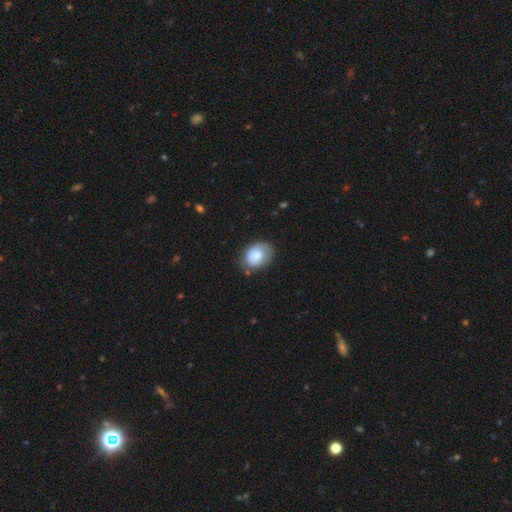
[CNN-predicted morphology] Smooth or featured? smooth (79%)
How rounded? in between (66%)
Merging? none (65%)